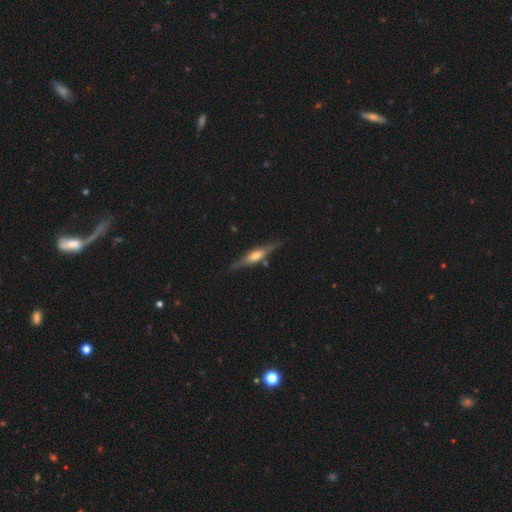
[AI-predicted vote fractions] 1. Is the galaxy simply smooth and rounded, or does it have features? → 66% featured or disk, 28% smooth, 6% star or artifact.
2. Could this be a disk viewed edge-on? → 95% yes, 5% no.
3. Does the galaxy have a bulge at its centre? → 83% rounded, 12% boxy, 6% none.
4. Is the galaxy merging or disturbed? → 83% none, 11% minor disturbance, 3% merger, 2% major disturbance.